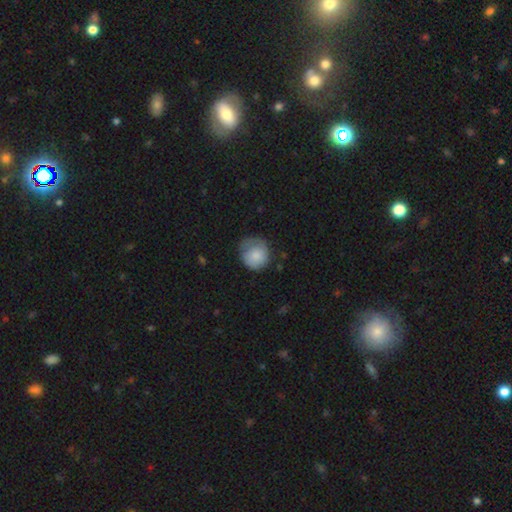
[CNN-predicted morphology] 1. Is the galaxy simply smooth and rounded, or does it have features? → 78% smooth, 15% featured or disk, 7% star or artifact.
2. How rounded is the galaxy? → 86% round, 13% in between, 1% cigar-shaped.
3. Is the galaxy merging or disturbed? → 51% none, 32% minor disturbance, 16% major disturbance, 2% merger.